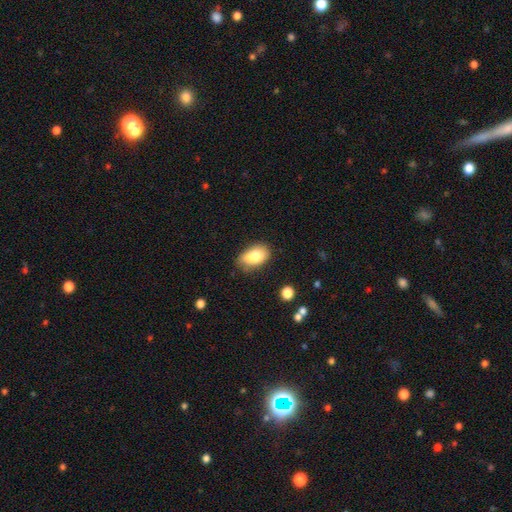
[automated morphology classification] Smooth or featured? Predicted: smooth (p=0.81). How rounded? Predicted: in between (p=0.89). Merging? Predicted: none (p=0.65).